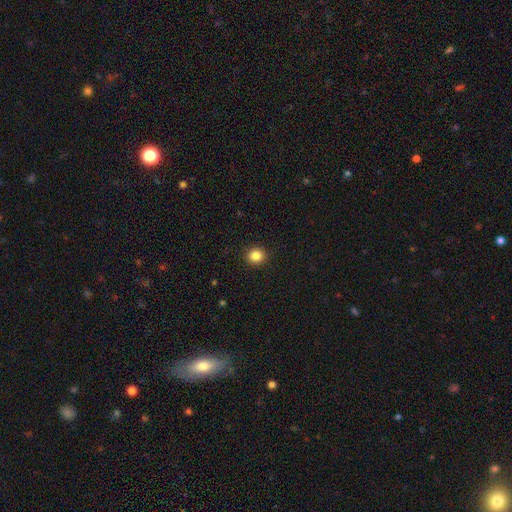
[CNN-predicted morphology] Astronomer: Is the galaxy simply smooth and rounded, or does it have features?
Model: smooth — 85%.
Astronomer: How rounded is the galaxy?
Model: round — 86%.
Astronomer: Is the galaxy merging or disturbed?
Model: none — 92%.